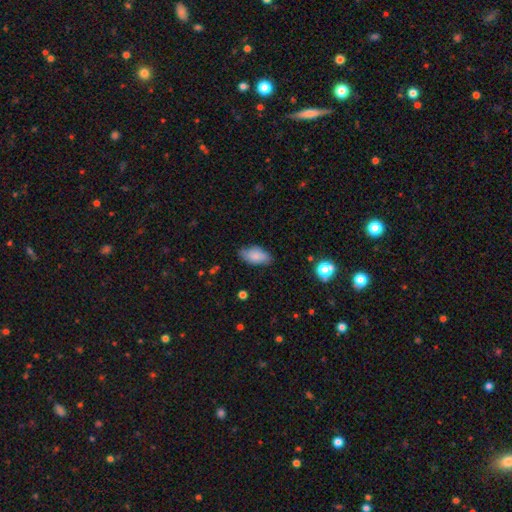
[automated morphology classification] Smooth or featured: smooth — 82% (featured or disk — 11%)
How rounded: in between — 92% (cigar-shaped — 4%)
Merging: none — 74% (minor disturbance — 21%)